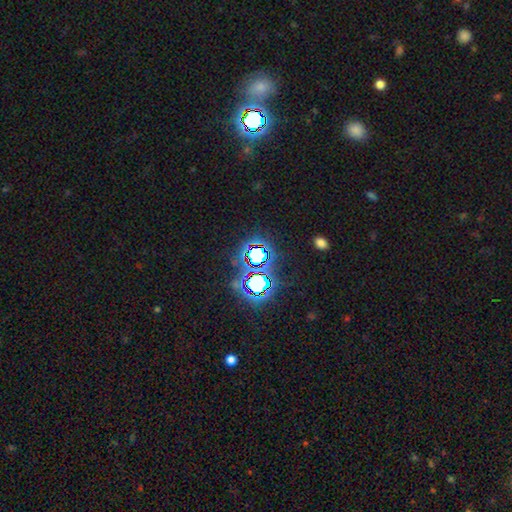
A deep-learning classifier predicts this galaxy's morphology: The model was most divided on "smooth or featured": star or artifact: 76%, smooth: 14%, featured or disk: 10%.